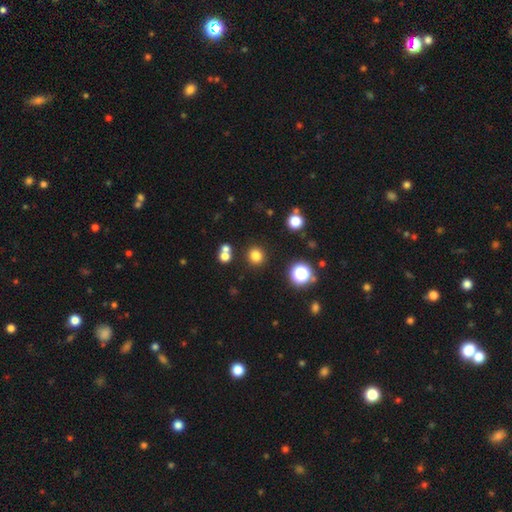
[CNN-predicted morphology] Smooth or featured: smooth — 78% (star or artifact — 17%)
How rounded: round — 92% (in between — 7%)
Merging: none — 85% (merger — 6%)